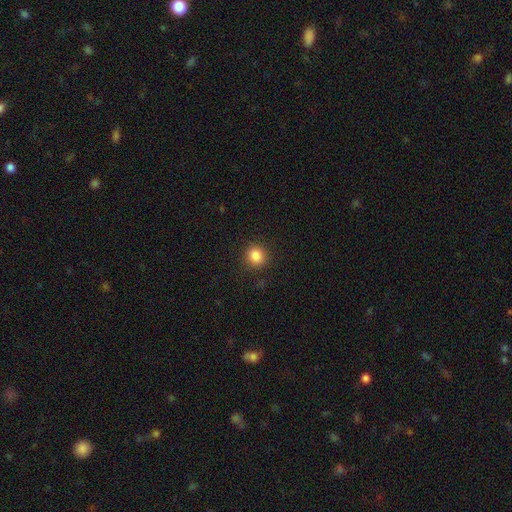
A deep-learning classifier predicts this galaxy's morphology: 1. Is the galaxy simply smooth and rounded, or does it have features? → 85% smooth, 11% star or artifact, 4% featured or disk.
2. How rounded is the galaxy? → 89% round, 10% in between, 1% cigar-shaped.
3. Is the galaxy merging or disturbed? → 90% none, 7% minor disturbance, 2% major disturbance, 1% merger.